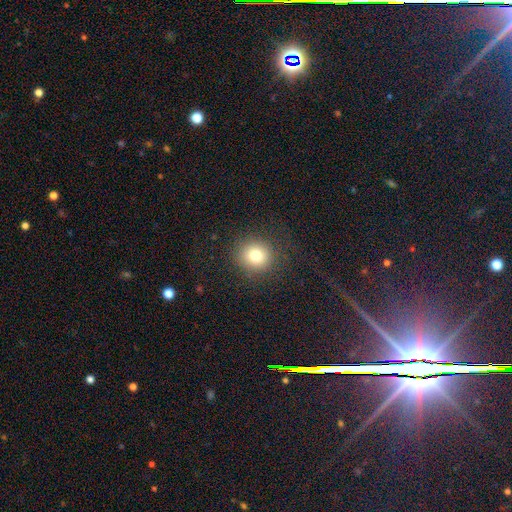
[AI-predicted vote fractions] Q: Smooth or featured?
A: smooth (78%); runner-up: star or artifact (13%)
Q: How rounded?
A: round (88%); runner-up: in between (11%)
Q: Merging?
A: none (87%); runner-up: minor disturbance (8%)